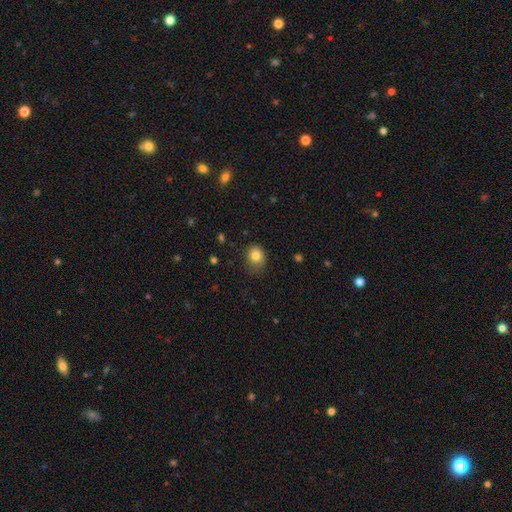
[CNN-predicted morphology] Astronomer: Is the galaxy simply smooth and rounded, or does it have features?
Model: smooth — 82%.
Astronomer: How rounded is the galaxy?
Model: round — 61% (runner-up: in between, 38%).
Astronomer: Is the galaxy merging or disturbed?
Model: none — 62%.